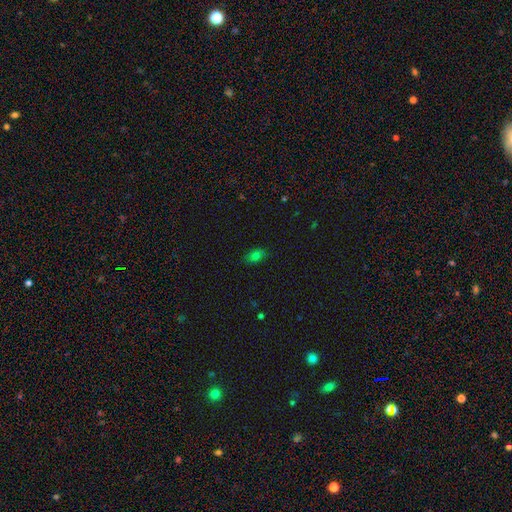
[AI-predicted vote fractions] Smooth or featured? Predicted: smooth (p=0.73). How rounded? Predicted: in between (p=0.79). Merging? Predicted: none (p=0.82).